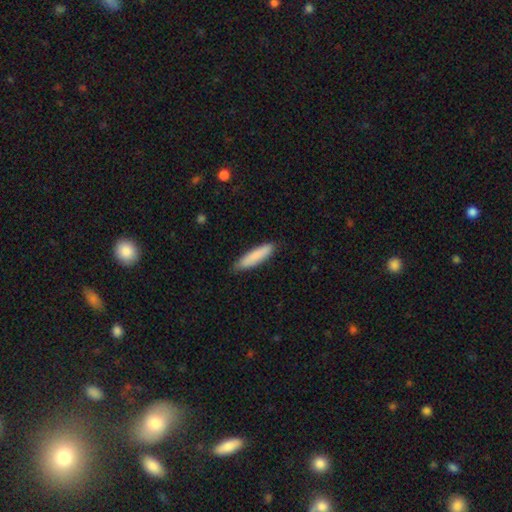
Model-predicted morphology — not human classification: Smooth or featured? smooth (85%)
How rounded? cigar-shaped (78%)
Merging? none (84%)